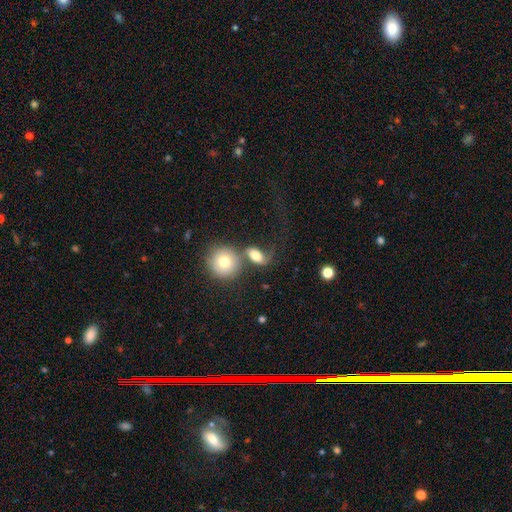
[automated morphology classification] smooth 67%, featured or disk 24%, star or artifact 9%. Down the decision tree: how rounded — in between (66%); merging — merger (33%).